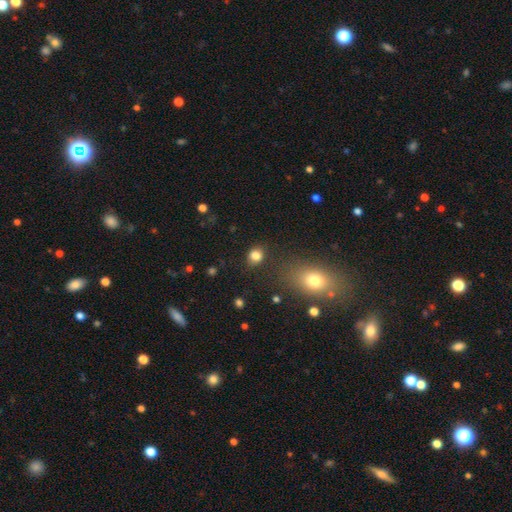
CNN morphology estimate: Overall: smooth (83%). How rounded: round (64%; in between 35%). Merging: none (83%).